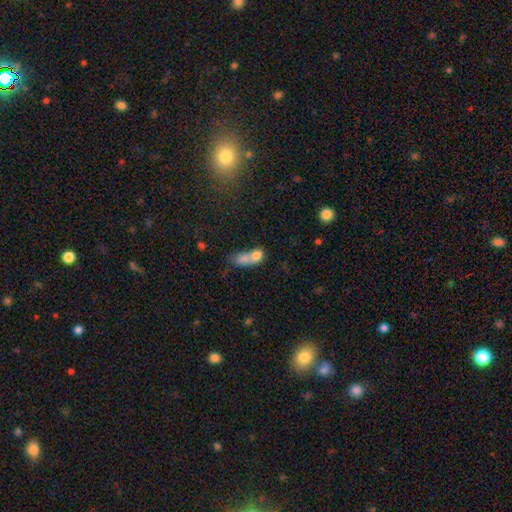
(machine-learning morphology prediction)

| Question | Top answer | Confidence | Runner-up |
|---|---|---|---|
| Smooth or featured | smooth | 68% | featured or disk (17%) |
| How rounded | in between | 59% | round (28%) |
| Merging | merger | 59% | none (23%) |